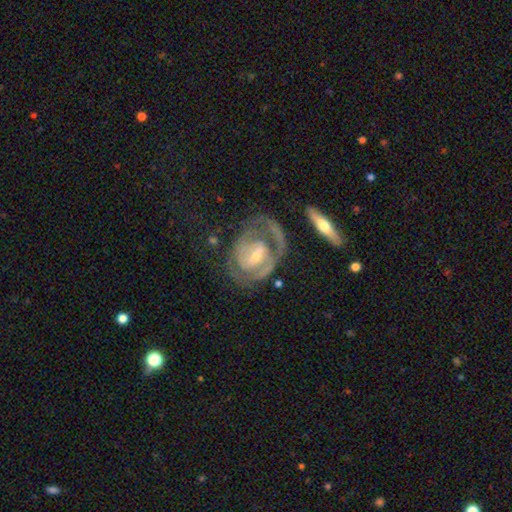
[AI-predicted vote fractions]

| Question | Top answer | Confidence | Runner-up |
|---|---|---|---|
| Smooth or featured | featured or disk | 83% | smooth (11%) |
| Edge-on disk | no | 96% | yes (4%) |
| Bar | weak | 48% | no (26%) |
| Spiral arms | yes | 87% | no (13%) |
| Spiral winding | tight | 53% | medium (36%) |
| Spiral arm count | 2 | 52% | can't tell (23%) |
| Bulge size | small | 62% | moderate (32%) |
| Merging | none | 44% | major disturbance (28%) |